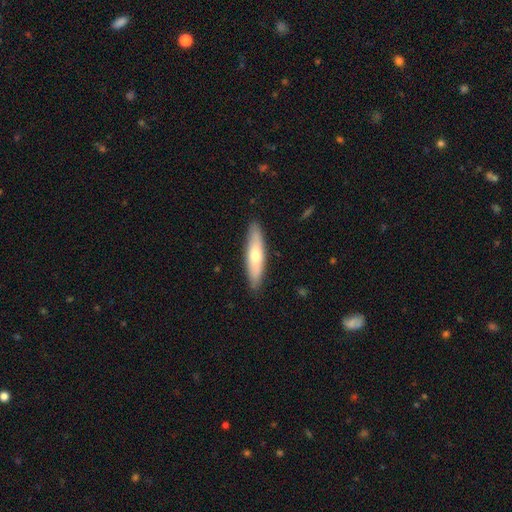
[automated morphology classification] Smooth or featured: smooth — 58% (featured or disk — 37%)
How rounded: cigar-shaped — 74% (in between — 24%)
Merging: none — 88% (minor disturbance — 9%)